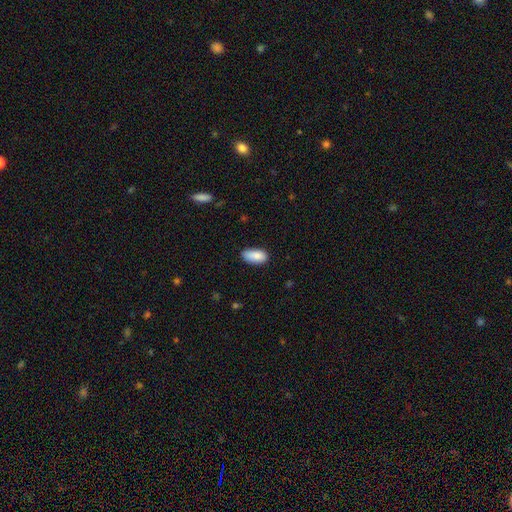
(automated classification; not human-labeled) The model was most divided on "merging": none: 76%, minor disturbance: 20%, major disturbance: 3%, merger: 1%. More confident: how rounded — in between (93%); smooth or featured — smooth (87%).